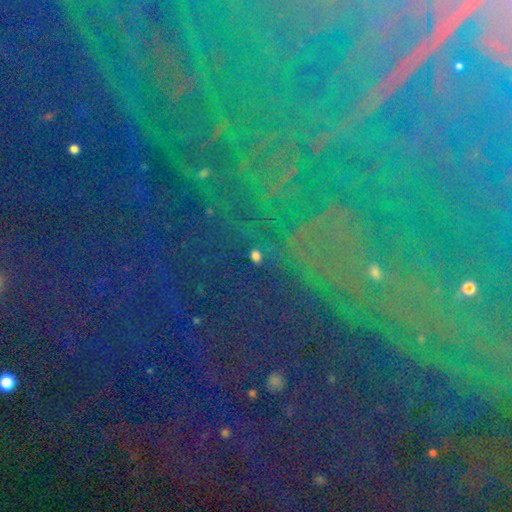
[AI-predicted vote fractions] Smooth or featured? star or artifact (72%)